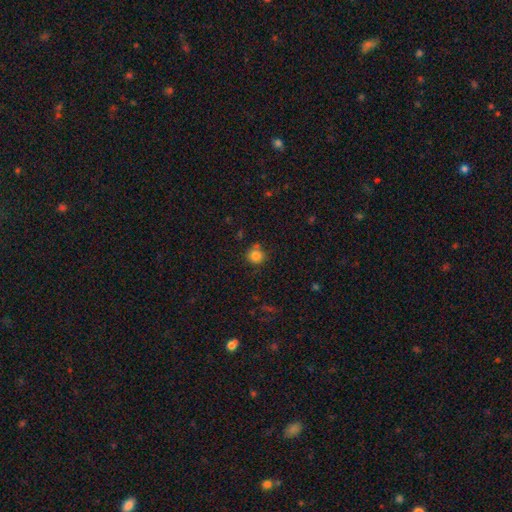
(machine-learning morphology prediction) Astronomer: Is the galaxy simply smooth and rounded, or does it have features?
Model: smooth — 83%.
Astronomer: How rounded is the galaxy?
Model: round — 89%.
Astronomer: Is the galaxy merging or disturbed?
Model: none — 72%.